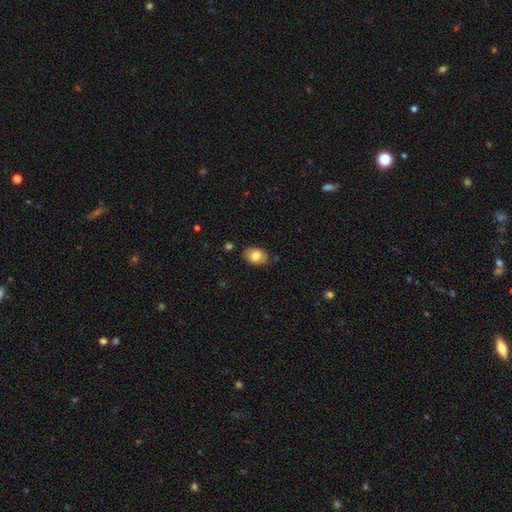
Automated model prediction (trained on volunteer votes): A smooth galaxy with no disk features (81%) that is in between round and cigar-shaped (84%). Merging: none (81%).